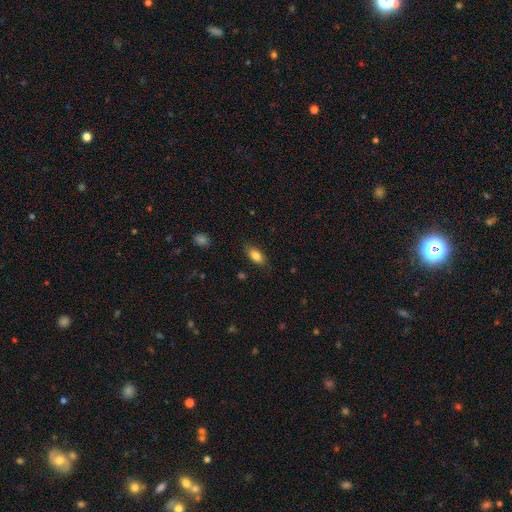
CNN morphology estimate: A smooth galaxy with no disk features (83%) that is in between round and cigar-shaped (87%). Merging: none (81%).